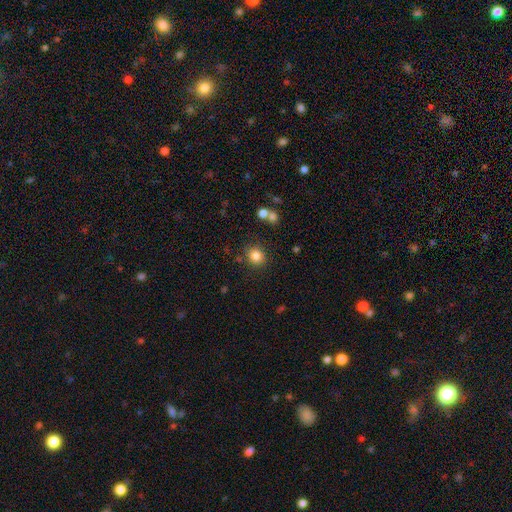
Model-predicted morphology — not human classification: This appears to be a smooth galaxy with no disk features (83%) that is round (82%). Merging: none (83%).